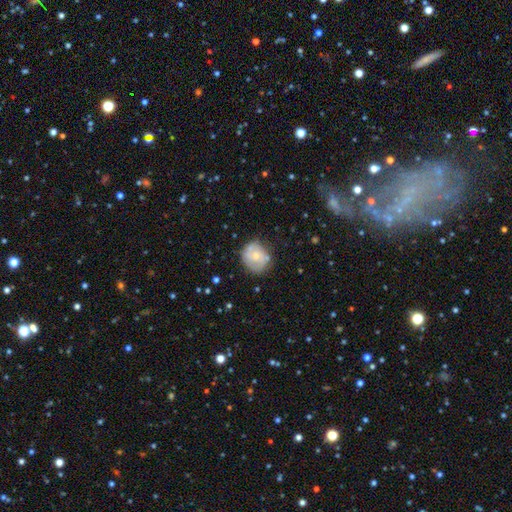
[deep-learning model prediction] Smooth or featured? smooth (51%)
How rounded? round (73%)
Merging? none (66%)